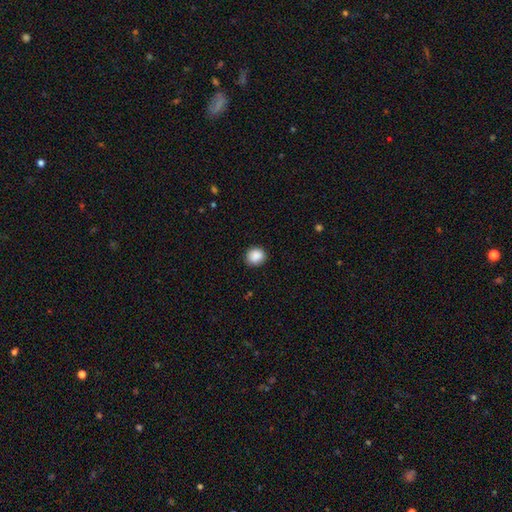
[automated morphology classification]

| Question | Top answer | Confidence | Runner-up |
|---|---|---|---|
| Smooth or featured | smooth | 89% | star or artifact (8%) |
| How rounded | round | 82% | in between (18%) |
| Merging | none | 88% | minor disturbance (9%) |